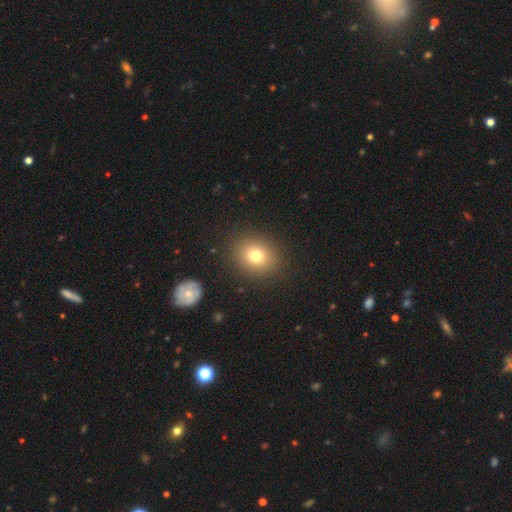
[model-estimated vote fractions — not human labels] Morphology: type=smooth (76%); roundness=round (68%); merging=none (88%).